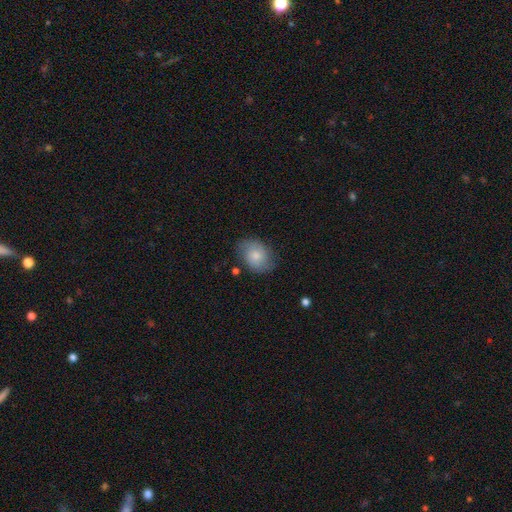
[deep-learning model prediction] Smooth or featured: smooth — 67% (featured or disk — 26%)
How rounded: in between — 67% (round — 32%)
Merging: none — 73% (minor disturbance — 20%)